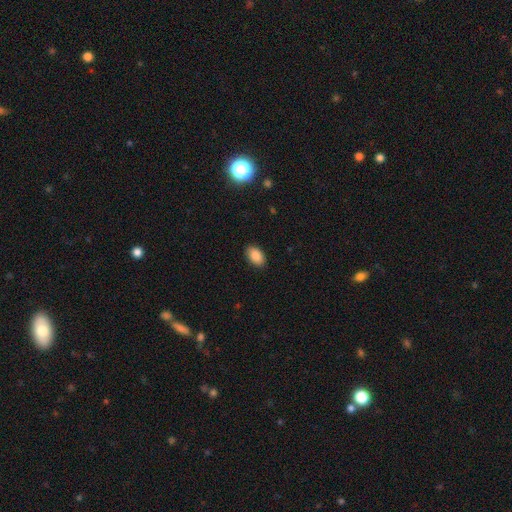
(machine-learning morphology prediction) Smooth or featured? Predicted: smooth (p=0.89). How rounded? Predicted: in between (p=0.93). Merging? Predicted: none (p=0.88).